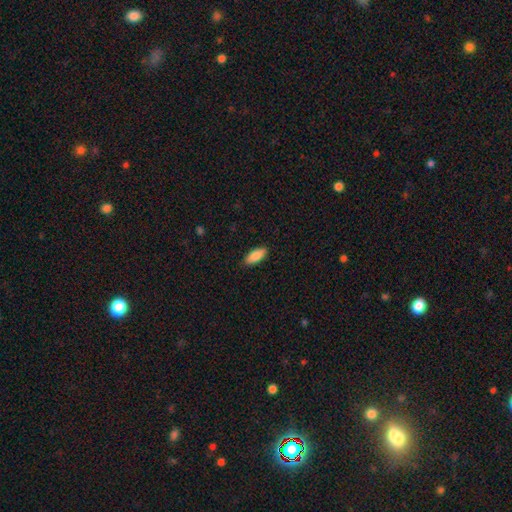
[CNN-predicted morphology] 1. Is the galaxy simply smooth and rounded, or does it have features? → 86% smooth, 8% featured or disk, 6% star or artifact.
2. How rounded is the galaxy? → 81% in between, 17% cigar-shaped, 2% round.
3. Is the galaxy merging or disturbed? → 89% none, 8% minor disturbance, 2% major disturbance, 1% merger.